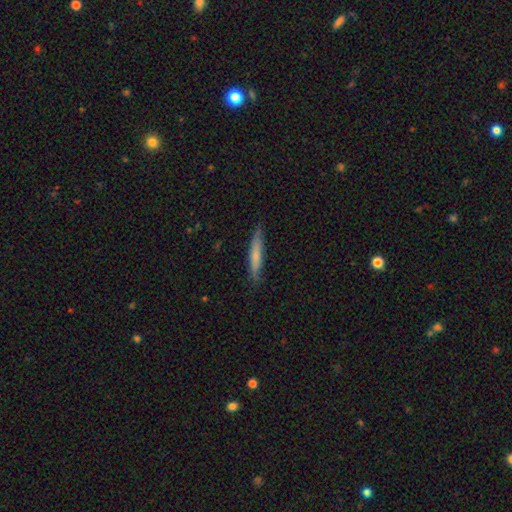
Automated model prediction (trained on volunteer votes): Smooth or featured? Predicted: smooth (p=0.67). How rounded? Predicted: cigar-shaped (p=0.94). Merging? Predicted: none (p=0.85).